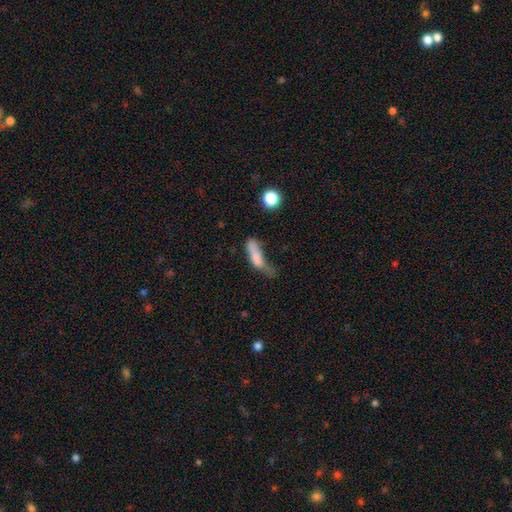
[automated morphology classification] smooth-or-featured: smooth: 73% | featured or disk: 17% | star or artifact: 10%
  how-rounded: cigar-shaped: 59% | in between: 37% | round: 4%
  merging: major disturbance: 38% | minor disturbance: 31% | none: 22% | merger: 8%